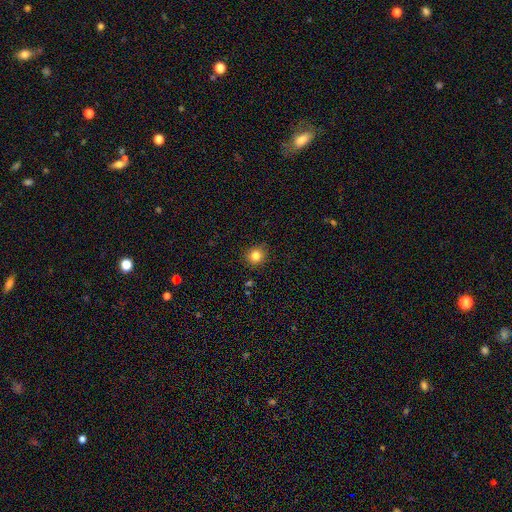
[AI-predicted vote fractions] This appears to be a smooth galaxy with no disk features (83%) that is round (88%). Merging: none (90%).